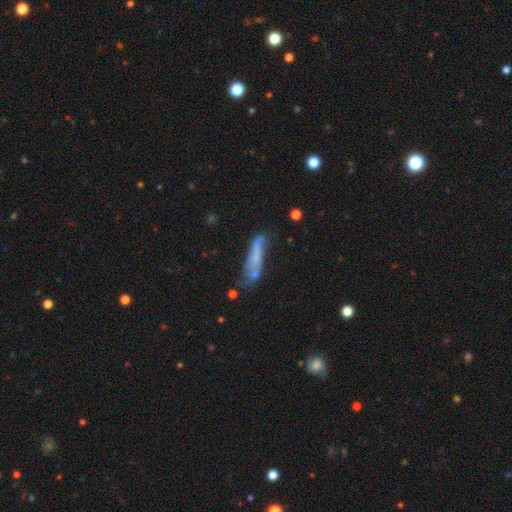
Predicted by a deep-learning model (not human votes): Overall: smooth (57%; featured or disk 32%). How rounded: cigar-shaped (77%). Merging: none (45%; minor disturbance 27%).